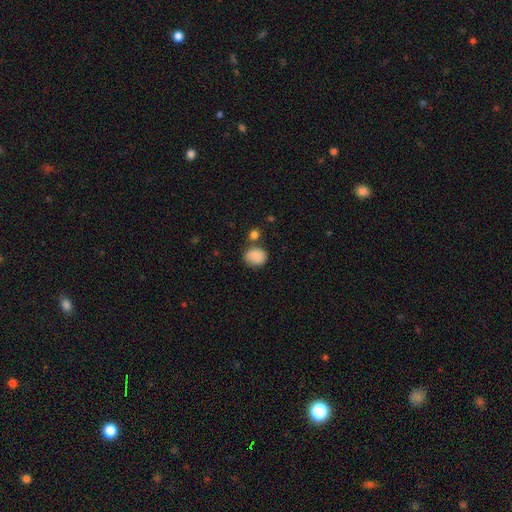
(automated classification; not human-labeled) This is clearly a smooth galaxy (86%). How rounded: possibly round (60%). Merging: likely none (64%).